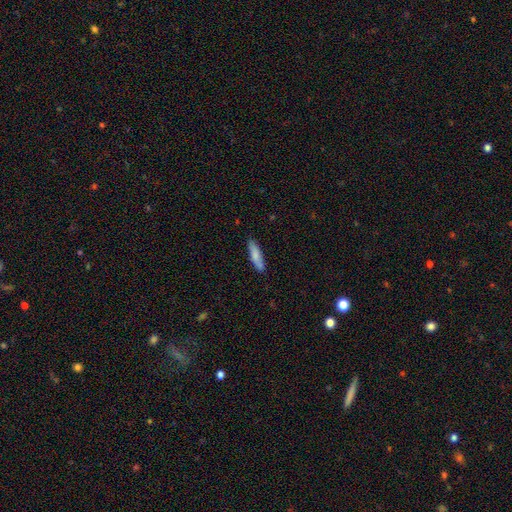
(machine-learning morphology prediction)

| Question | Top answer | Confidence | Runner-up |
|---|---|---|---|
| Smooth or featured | smooth | 78% | featured or disk (16%) |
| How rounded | cigar-shaped | 74% | in between (24%) |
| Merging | none | 84% | minor disturbance (12%) |